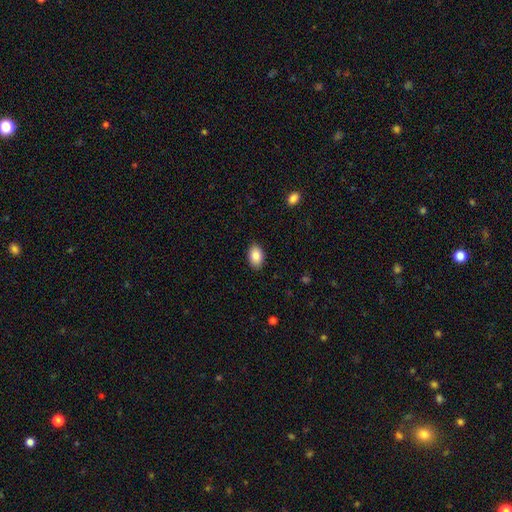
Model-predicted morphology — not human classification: A smooth galaxy with no disk features (86%) that is in between round and cigar-shaped (90%). Merging: none (89%).